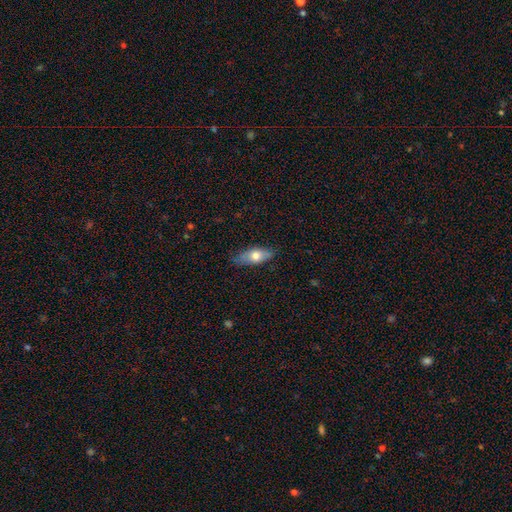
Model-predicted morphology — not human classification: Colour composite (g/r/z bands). It shows a smooth galaxy with no disk features (67%) that is in between round and cigar-shaped (75%). Merging: none (78%).